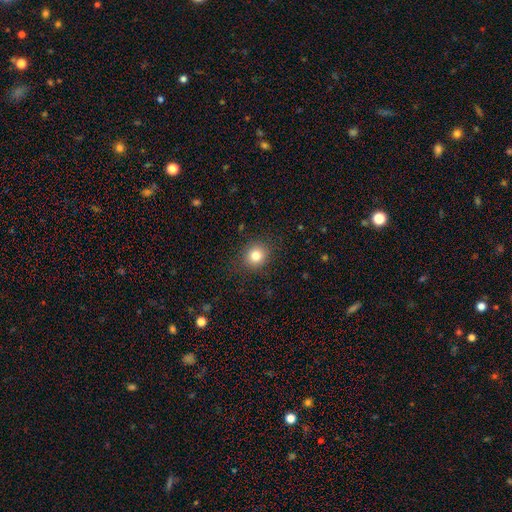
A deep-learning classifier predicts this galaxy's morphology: This appears to be a smooth galaxy with no disk features (81%) that is round (83%). Merging: none (87%).